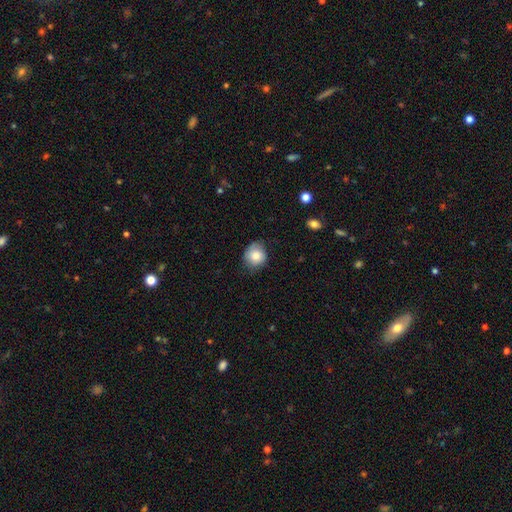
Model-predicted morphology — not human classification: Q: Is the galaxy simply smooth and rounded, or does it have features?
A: smooth — 81%.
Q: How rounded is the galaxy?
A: round — 71%.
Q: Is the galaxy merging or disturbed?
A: none — 62%.